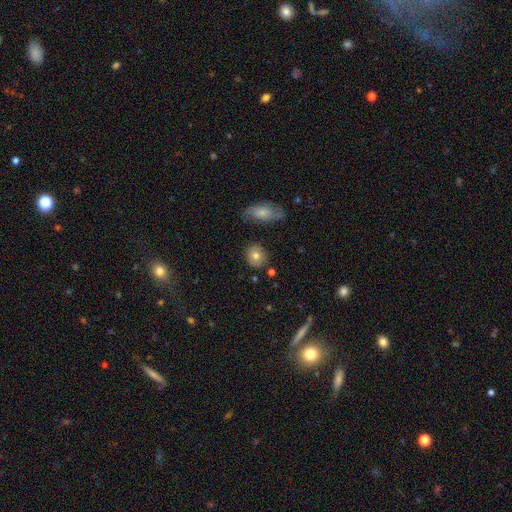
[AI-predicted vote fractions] Q: Smooth or featured?
A: smooth (75%); runner-up: featured or disk (16%)
Q: How rounded?
A: round (79%); runner-up: in between (20%)
Q: Merging?
A: none (83%); runner-up: minor disturbance (11%)